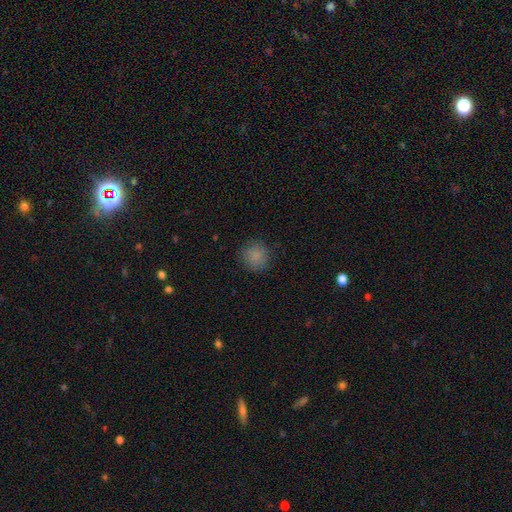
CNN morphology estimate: Q: Smooth or featured?
A: smooth (85%); runner-up: star or artifact (11%)
Q: How rounded?
A: round (91%); runner-up: in between (8%)
Q: Merging?
A: none (85%); runner-up: minor disturbance (10%)